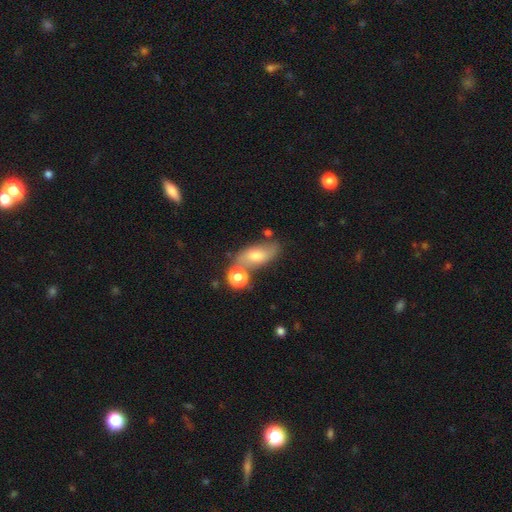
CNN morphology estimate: smooth 53%, featured or disk 34%, star or artifact 12%. Down the decision tree: how rounded — in between (77%); merging — none (59%).